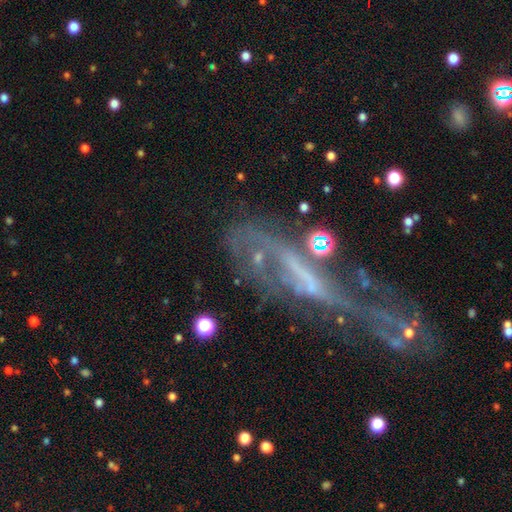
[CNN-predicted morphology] Smooth or featured? Predicted: featured or disk (p=0.66). Edge-on disk? Predicted: no (p=0.75). Merging? Predicted: major disturbance (p=0.39).